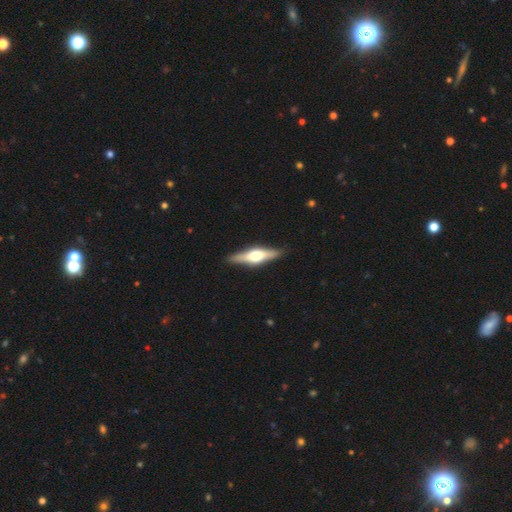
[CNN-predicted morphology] This appears to be a featured or disk galaxy (67%) viewed edge-on (96%) with a rounded central bulge (91%). Merging: none (89%).